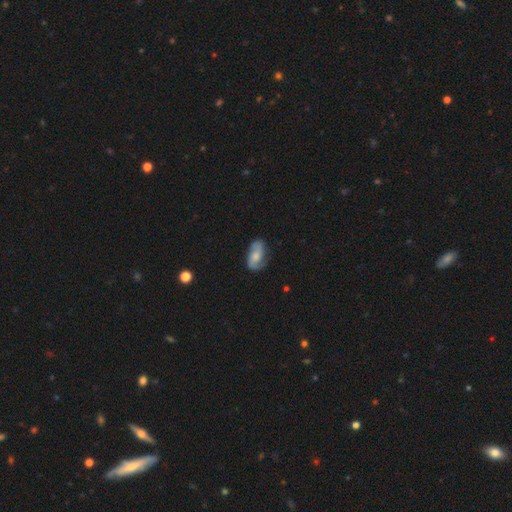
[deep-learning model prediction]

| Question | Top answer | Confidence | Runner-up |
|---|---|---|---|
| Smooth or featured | featured or disk | 61% | smooth (32%) |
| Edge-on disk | no | 96% | yes (4%) |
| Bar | no | 59% | weak (33%) |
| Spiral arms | yes | 91% | no (9%) |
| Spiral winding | medium | 43% | loose (34%) |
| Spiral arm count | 2 | 84% | can't tell (8%) |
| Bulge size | moderate | 49% | small (31%) |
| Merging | none | 71% | minor disturbance (21%) |